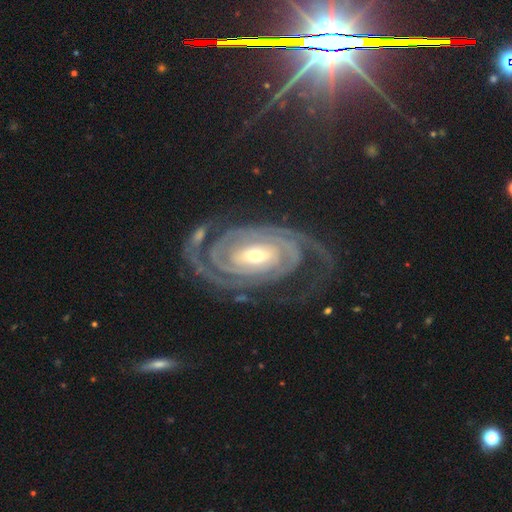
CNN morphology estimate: A featured or disk galaxy (92%) with no bar (39%), 2 (66%) tight (80%) spiral arms (98%) and a small central bulge (49%). Merging: none (70%).